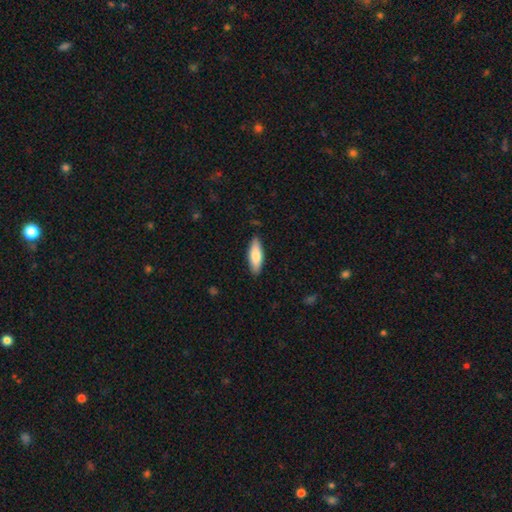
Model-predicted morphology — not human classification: This is likely a smooth galaxy (77%). How rounded: possibly in between (59%). Merging: clearly none (87%).